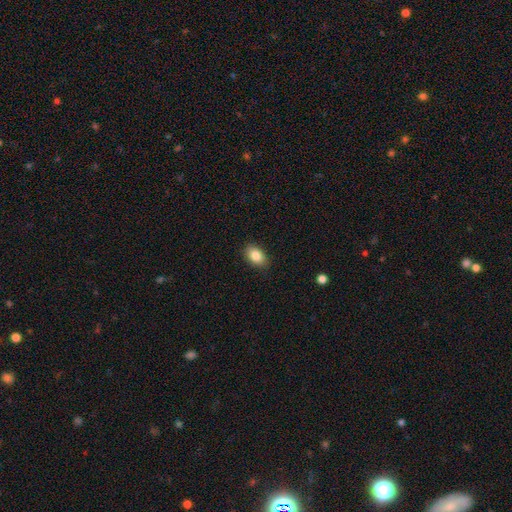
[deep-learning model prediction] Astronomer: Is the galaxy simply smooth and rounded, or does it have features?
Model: smooth — 86%.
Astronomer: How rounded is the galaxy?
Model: in between — 87%.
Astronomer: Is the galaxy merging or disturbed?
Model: none — 88%.